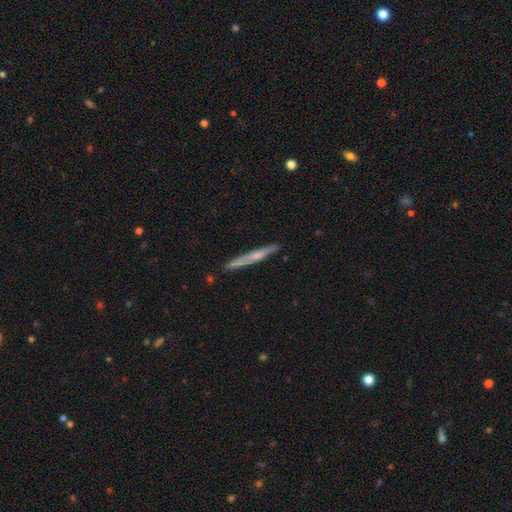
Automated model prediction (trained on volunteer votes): Q: Smooth or featured?
A: smooth (48%); runner-up: featured or disk (46%)
Q: Merging?
A: none (88%); runner-up: minor disturbance (9%)